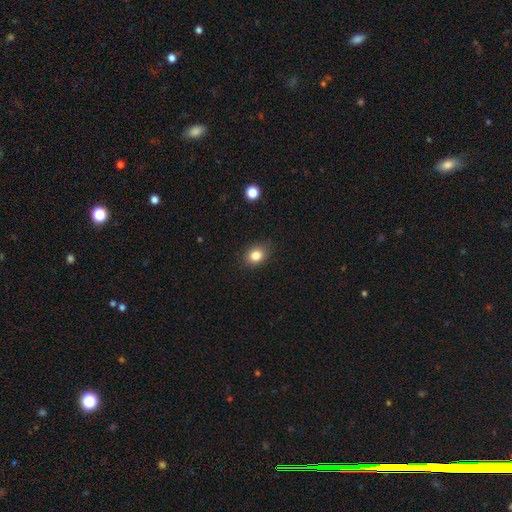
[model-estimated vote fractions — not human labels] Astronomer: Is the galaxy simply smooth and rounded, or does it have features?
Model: smooth — 82%.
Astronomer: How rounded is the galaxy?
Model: round — 53% (runner-up: in between, 46%).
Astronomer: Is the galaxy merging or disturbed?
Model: none — 85%.